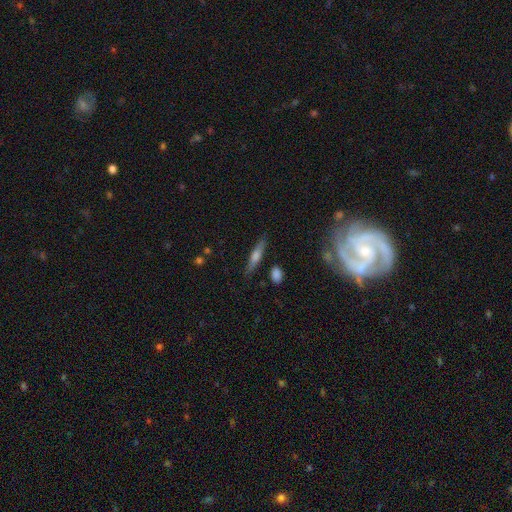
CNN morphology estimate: smooth-or-featured: smooth: 47% | featured or disk: 46% | star or artifact: 7%
  merging: none: 84% | minor disturbance: 11% | merger: 3% | major disturbance: 3%